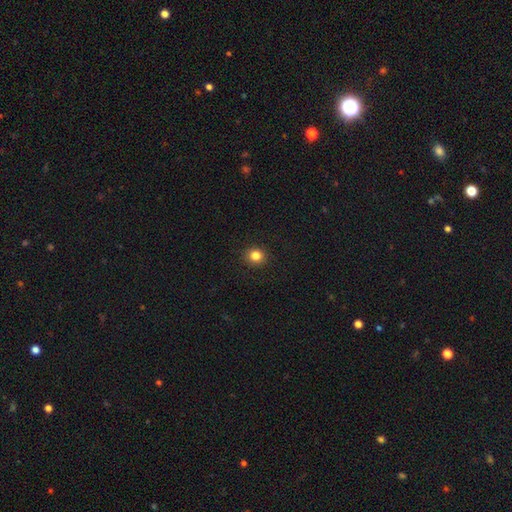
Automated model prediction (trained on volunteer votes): Q: Smooth or featured?
A: smooth (83%); runner-up: star or artifact (12%)
Q: How rounded?
A: round (88%); runner-up: in between (11%)
Q: Merging?
A: none (92%); runner-up: minor disturbance (5%)